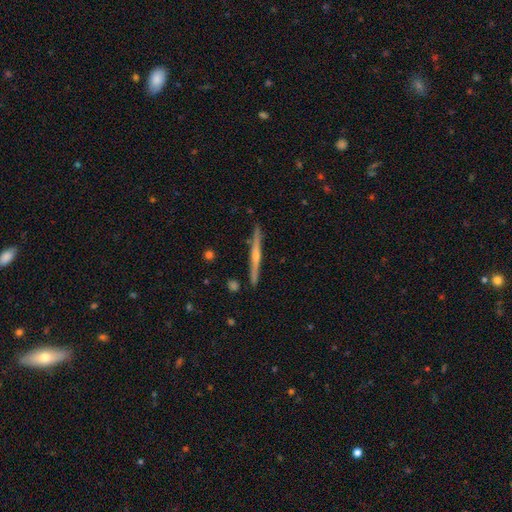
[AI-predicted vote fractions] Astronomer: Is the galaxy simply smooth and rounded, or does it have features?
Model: featured or disk — 78%.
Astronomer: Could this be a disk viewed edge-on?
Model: yes — 98%.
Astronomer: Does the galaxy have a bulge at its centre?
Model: rounded — 79%.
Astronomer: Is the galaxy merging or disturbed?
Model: none — 90%.